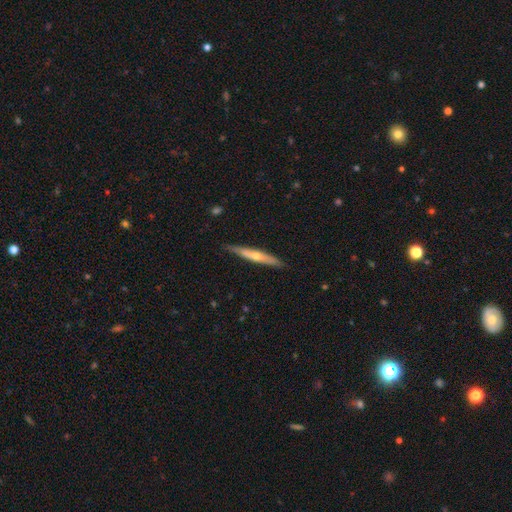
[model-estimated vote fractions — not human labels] A featured or disk galaxy (63%) viewed edge-on (95%) with a rounded central bulge (79%).

Vote fractions:
- Smooth or featured? featured or disk: 63% / smooth: 31% / star or artifact: 6%
- Edge-on disk? yes: 95% / no: 5%
- Edge-on bulge? rounded: 79% / none: 18% / boxy: 3%
- Merging? none: 88% / minor disturbance: 9% / major disturbance: 2% / merger: 1%